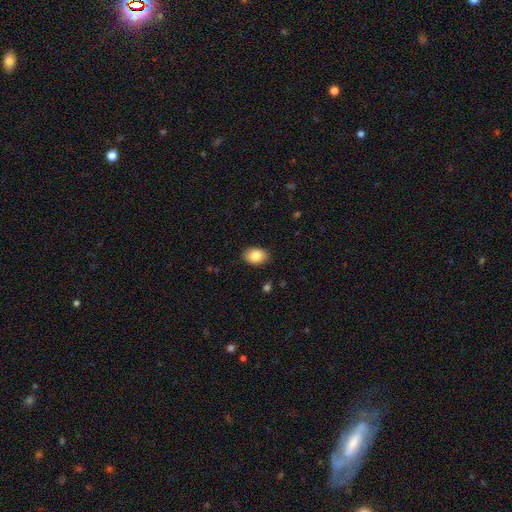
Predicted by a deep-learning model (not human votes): A smooth galaxy with no disk features (85%) that is in between round and cigar-shaped (81%).

Vote fractions:
- Smooth or featured? smooth: 85% / featured or disk: 8% / star or artifact: 8%
- How rounded? in between: 81% / round: 18% / cigar-shaped: 1%
- Merging? none: 88% / minor disturbance: 9% / major disturbance: 2% / merger: 1%